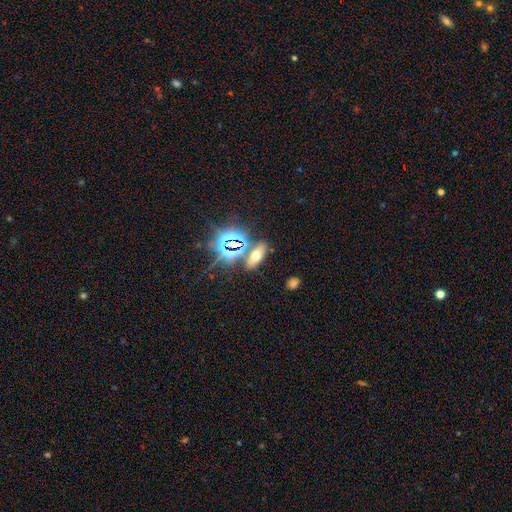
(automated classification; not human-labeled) The model was most divided on "smooth or featured": smooth: 44%, star or artifact: 36%, featured or disk: 20%. More confident: merging — none (76%).